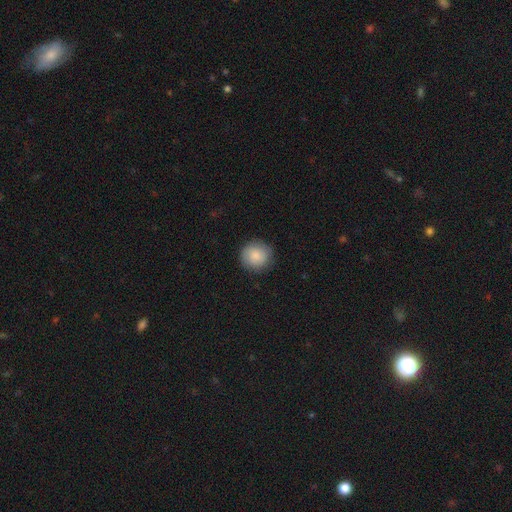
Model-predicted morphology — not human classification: Smooth or featured? smooth (85%)
How rounded? round (92%)
Merging? none (86%)